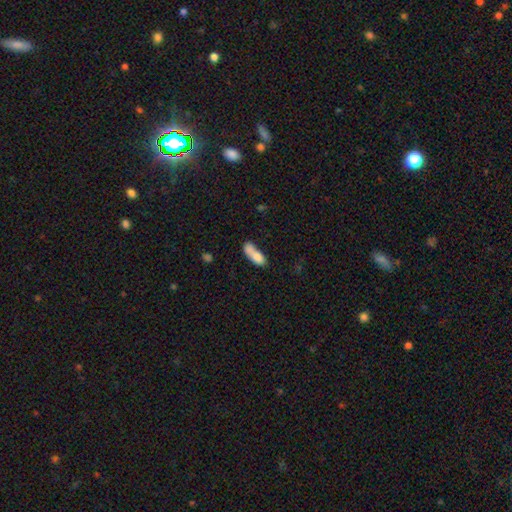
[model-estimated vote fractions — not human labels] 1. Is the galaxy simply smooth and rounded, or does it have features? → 75% smooth, 17% featured or disk, 8% star or artifact.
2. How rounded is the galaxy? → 67% in between, 28% cigar-shaped, 5% round.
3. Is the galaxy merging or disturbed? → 43% merger, 28% none, 18% minor disturbance, 12% major disturbance.